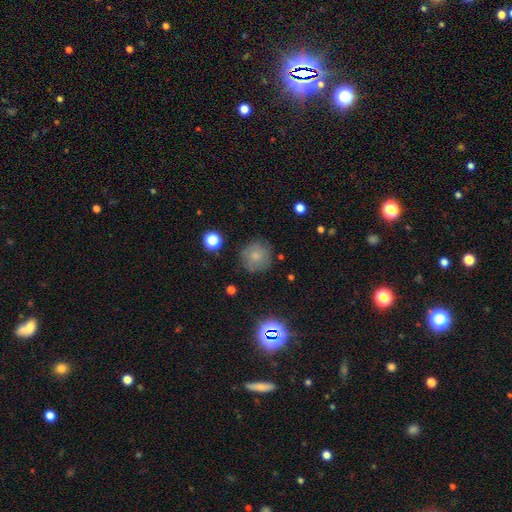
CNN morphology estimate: Smooth or featured? Predicted: smooth (p=0.73). How rounded? Predicted: round (p=0.93). Merging? Predicted: none (p=0.80).